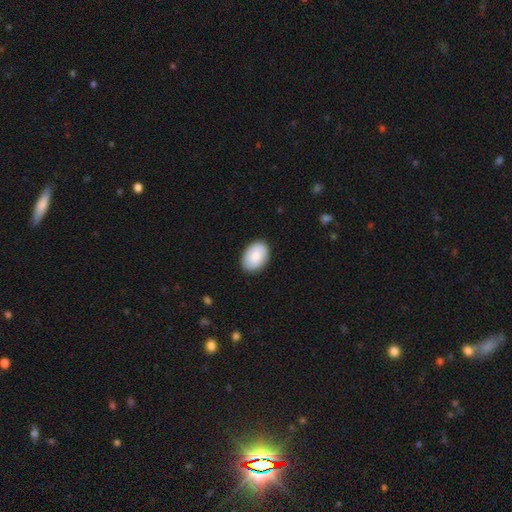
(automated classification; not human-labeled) Smooth or featured: smooth — 85% (featured or disk — 10%)
How rounded: in between — 84% (round — 15%)
Merging: none — 88% (minor disturbance — 9%)